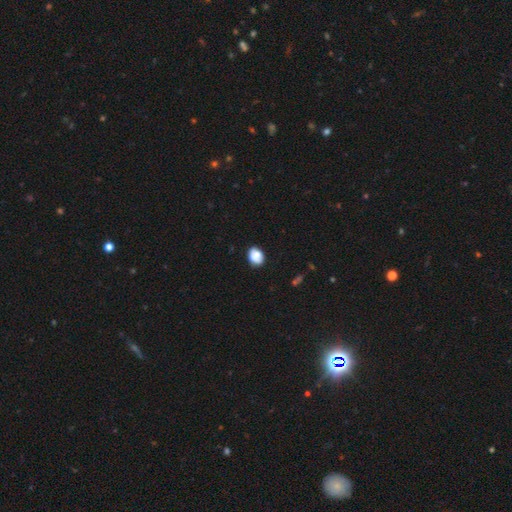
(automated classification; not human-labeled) smooth 78%, featured or disk 12%, star or artifact 9%. Down the decision tree: how rounded — in between (60%); merging — none (68%).